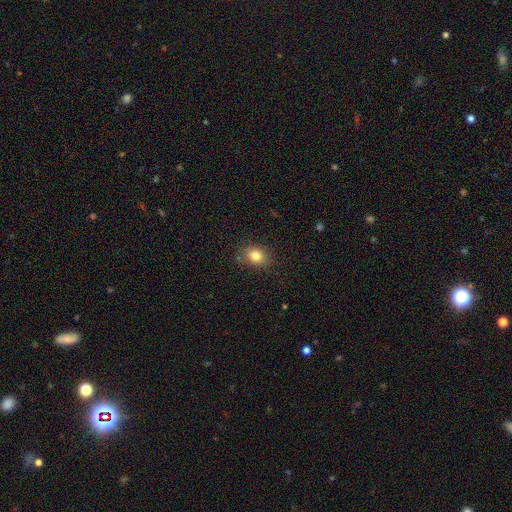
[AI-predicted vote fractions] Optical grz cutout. It shows a smooth galaxy with no disk features (81%) that is in between round and cigar-shaped (50%). Merging: none (85%).